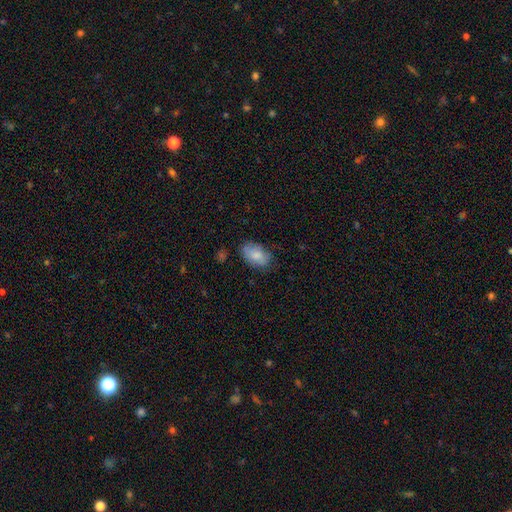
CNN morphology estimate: A smooth galaxy with no disk features (81%) that is in between round and cigar-shaped (92%). Merging: none (72%).